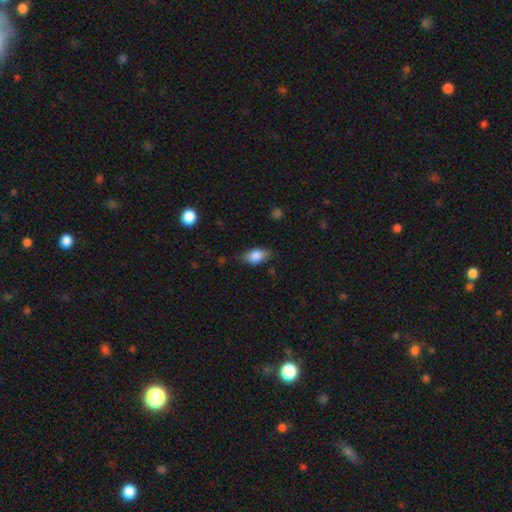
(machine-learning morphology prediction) Smooth or featured?
  - smooth: 79% *
  - featured or disk: 13%
  - star or artifact: 8%
How rounded?
  - in between: 85% *
  - round: 10%
  - cigar-shaped: 5%
Merging?
  - none: 71% *
  - minor disturbance: 22%
  - major disturbance: 5%
  - merger: 1%